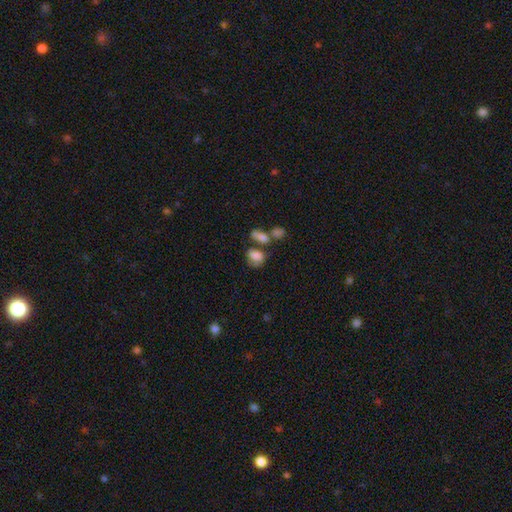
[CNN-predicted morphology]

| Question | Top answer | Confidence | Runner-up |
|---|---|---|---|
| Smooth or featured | smooth | 75% | featured or disk (14%) |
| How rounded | in between | 66% | round (32%) |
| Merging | none | 36% | merger (34%) |